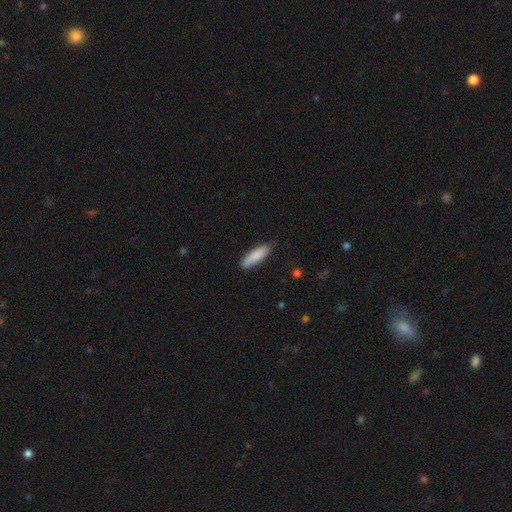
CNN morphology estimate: smooth_or_featured: smooth (p=0.85) [alt: featured or disk p=0.09]
how_rounded: cigar-shaped (p=0.61) [alt: in between p=0.38]
merging: none (p=0.81) [alt: minor disturbance p=0.16]